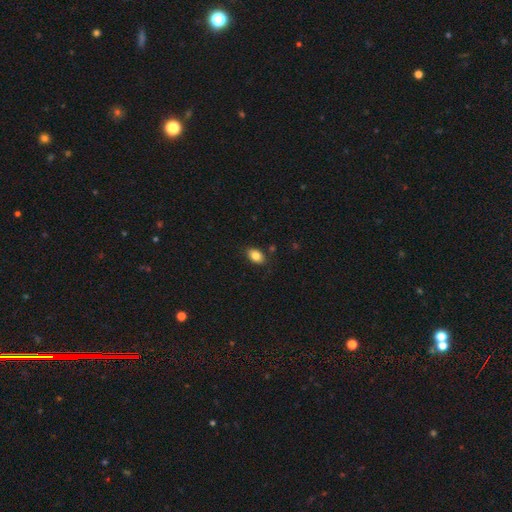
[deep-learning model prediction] smooth-or-featured: smooth: 84% | star or artifact: 8% | featured or disk: 7%
  how-rounded: in between: 84% | round: 14% | cigar-shaped: 1%
  merging: none: 85% | minor disturbance: 11% | major disturbance: 2% | merger: 2%